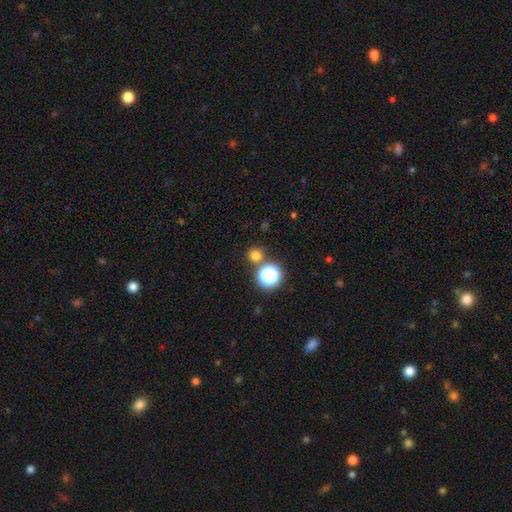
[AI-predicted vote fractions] A smooth galaxy with no disk features (72%) that is round (92%).

Vote fractions:
- Smooth or featured? smooth: 72% / star or artifact: 22% / featured or disk: 6%
- How rounded? round: 92% / in between: 7% / cigar-shaped: 1%
- Merging? none: 78% / merger: 13% / minor disturbance: 7% / major disturbance: 3%